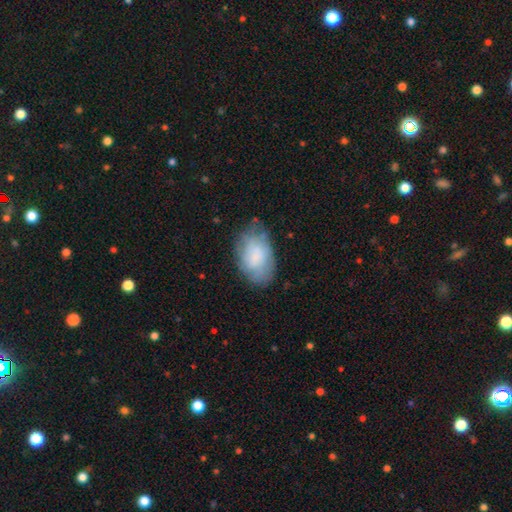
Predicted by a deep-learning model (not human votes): This is likely a smooth galaxy (68%). How rounded: clearly in between (92%). Merging: likely none (64%).